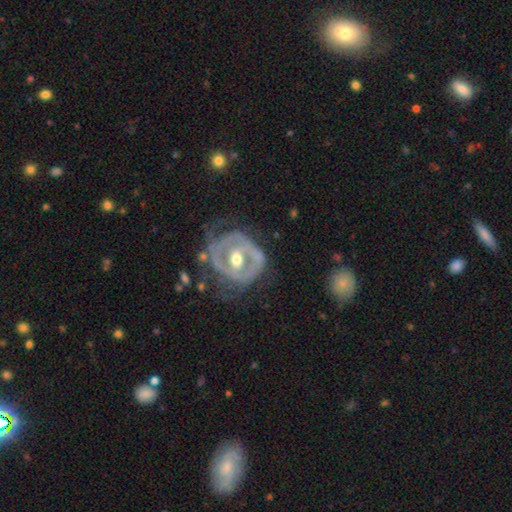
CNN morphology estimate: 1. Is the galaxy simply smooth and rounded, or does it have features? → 77% featured or disk, 17% smooth, 5% star or artifact.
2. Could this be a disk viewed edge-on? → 96% no, 4% yes.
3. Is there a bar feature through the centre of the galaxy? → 37% no, 36% weak, 27% strong.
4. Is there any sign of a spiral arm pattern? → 52% yes, 48% no.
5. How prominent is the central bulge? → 76% moderate, 15% small, 6% large, 1% none, 1% dominant.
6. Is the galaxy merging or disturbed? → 49% none, 25% minor disturbance, 22% major disturbance, 4% merger.